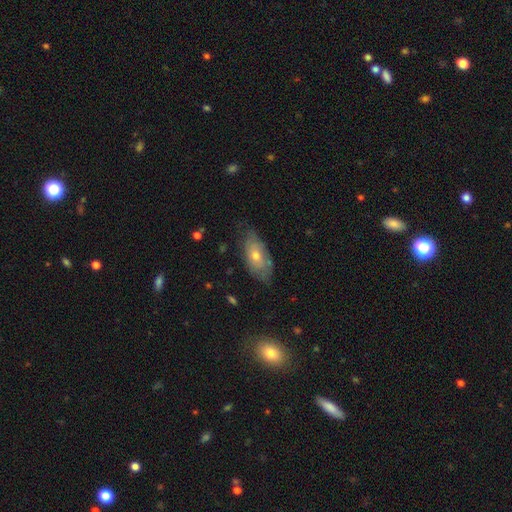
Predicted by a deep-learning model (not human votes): Q: Smooth or featured?
A: smooth (50%); runner-up: featured or disk (42%)
Q: Merging?
A: none (66%); runner-up: minor disturbance (26%)